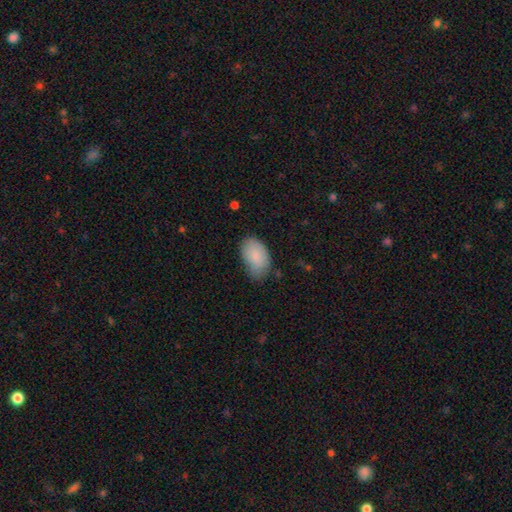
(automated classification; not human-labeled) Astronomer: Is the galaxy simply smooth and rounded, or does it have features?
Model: smooth — 87%.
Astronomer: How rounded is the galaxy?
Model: in between — 92%.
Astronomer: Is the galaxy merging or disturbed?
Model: none — 65%.